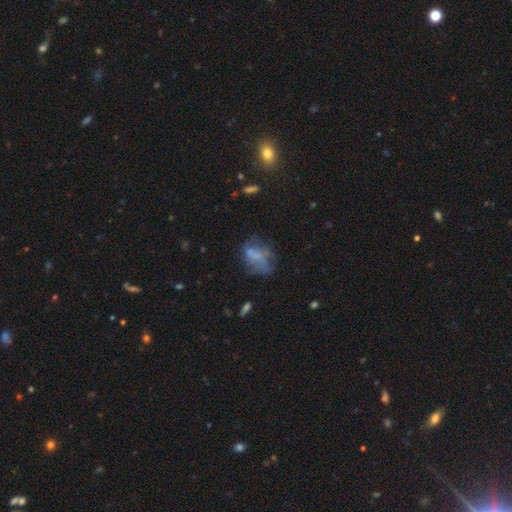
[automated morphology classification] Smooth or featured? Predicted: featured or disk (p=0.46). Merging? Predicted: none (p=0.38).